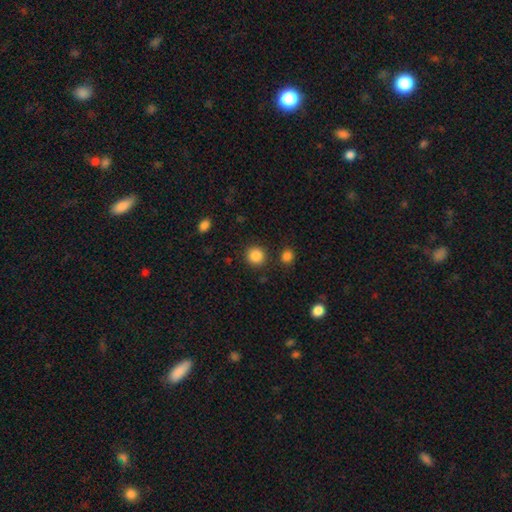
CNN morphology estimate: type=smooth (87%); roundness=round (92%); merging=none (88%).